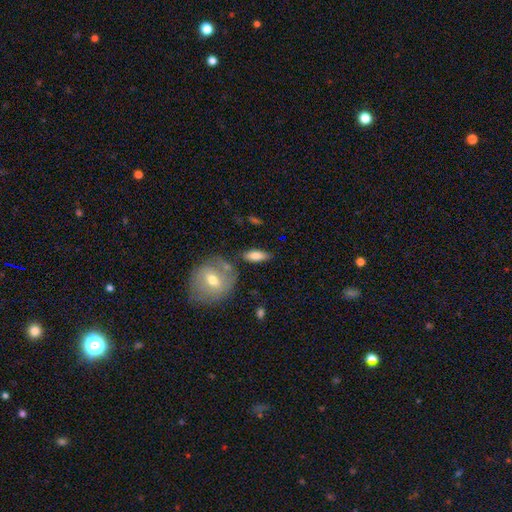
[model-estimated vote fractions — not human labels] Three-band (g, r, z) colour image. It shows a smooth galaxy with no disk features (73%) that is in between round and cigar-shaped (68%). Merging: none (75%).